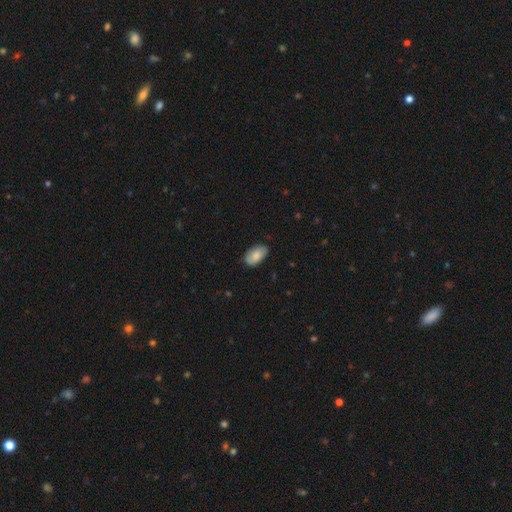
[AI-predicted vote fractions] Q: Smooth or featured?
A: smooth (80%); runner-up: featured or disk (14%)
Q: How rounded?
A: in between (94%); runner-up: round (4%)
Q: Merging?
A: none (80%); runner-up: minor disturbance (16%)